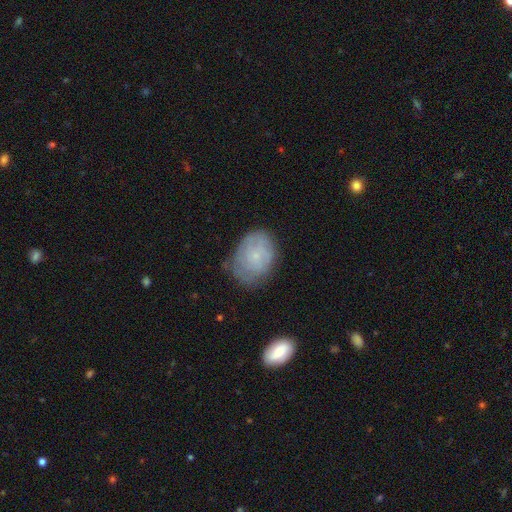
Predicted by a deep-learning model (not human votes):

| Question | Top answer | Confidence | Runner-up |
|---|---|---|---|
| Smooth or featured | smooth | 49% | featured or disk (43%) |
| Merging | none | 60% | minor disturbance (28%) |